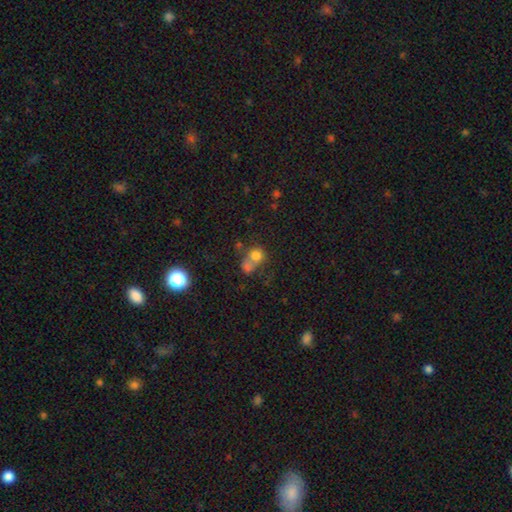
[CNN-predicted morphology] Q: Smooth or featured?
A: smooth (72%); runner-up: star or artifact (14%)
Q: How rounded?
A: round (75%); runner-up: in between (24%)
Q: Merging?
A: merger (55%); runner-up: none (30%)